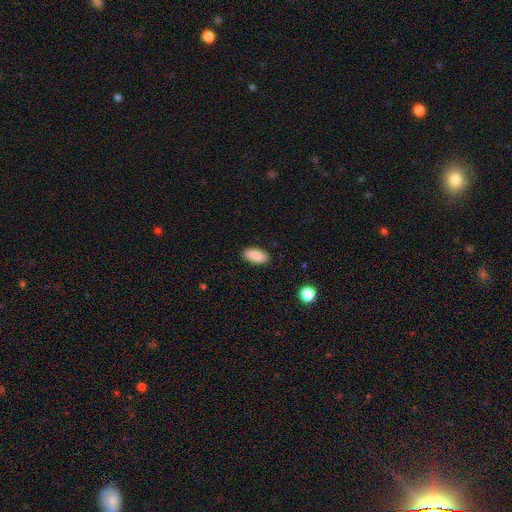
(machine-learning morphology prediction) smooth_or_featured: smooth (p=0.88) [alt: star or artifact p=0.07]
how_rounded: in between (p=0.91) [alt: cigar-shaped p=0.06]
merging: none (p=0.86) [alt: minor disturbance p=0.10]